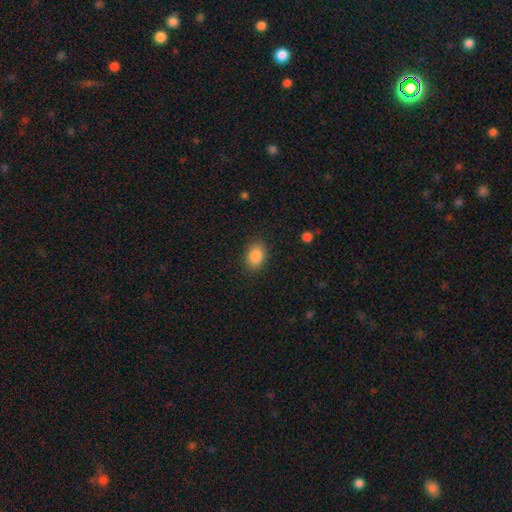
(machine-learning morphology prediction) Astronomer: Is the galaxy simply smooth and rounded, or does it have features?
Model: smooth — 86%.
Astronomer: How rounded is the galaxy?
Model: in between — 78%.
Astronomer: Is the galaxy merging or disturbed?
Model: none — 87%.